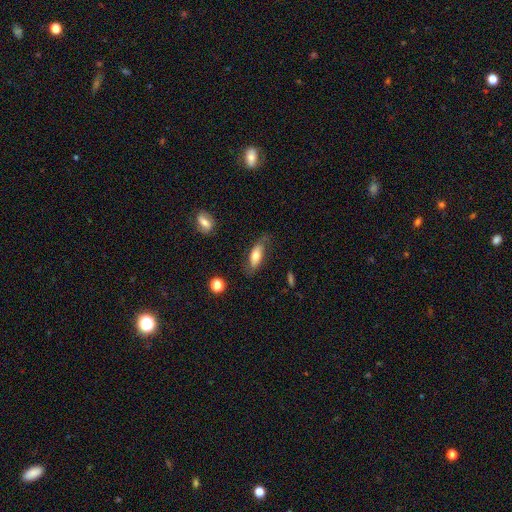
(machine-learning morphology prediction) Smooth or featured? smooth (64%)
How rounded? in between (77%)
Merging? none (61%)